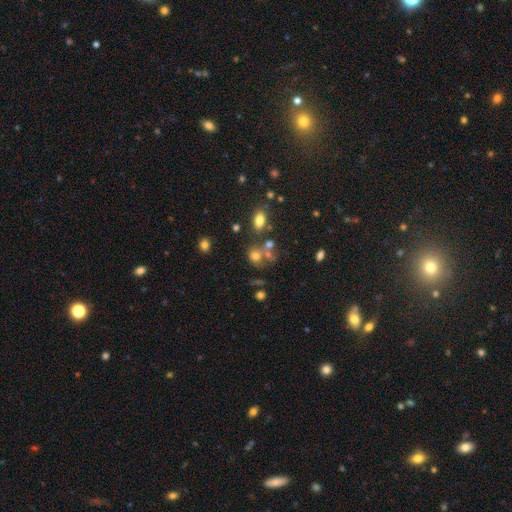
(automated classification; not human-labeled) A smooth galaxy with no disk features (67%) that is round (62%).

Vote fractions:
- Smooth or featured? smooth: 67% / star or artifact: 18% / featured or disk: 15%
- How rounded? round: 62% / in between: 36% / cigar-shaped: 1%
- Merging? none: 45% / merger: 33% / minor disturbance: 13% / major disturbance: 9%